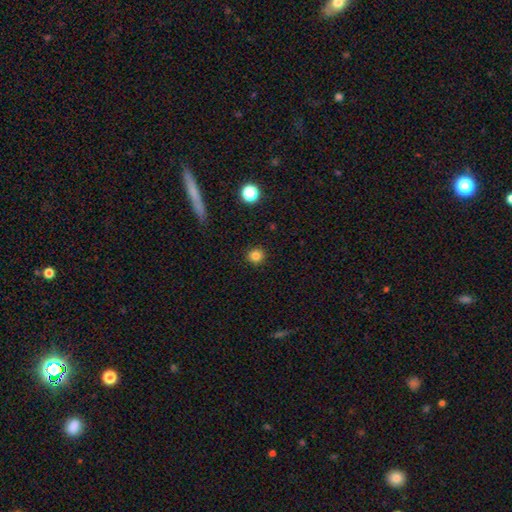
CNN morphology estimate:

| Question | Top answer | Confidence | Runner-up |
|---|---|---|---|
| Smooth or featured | smooth | 82% | star or artifact (13%) |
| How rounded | round | 92% | in between (7%) |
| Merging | none | 90% | minor disturbance (6%) |